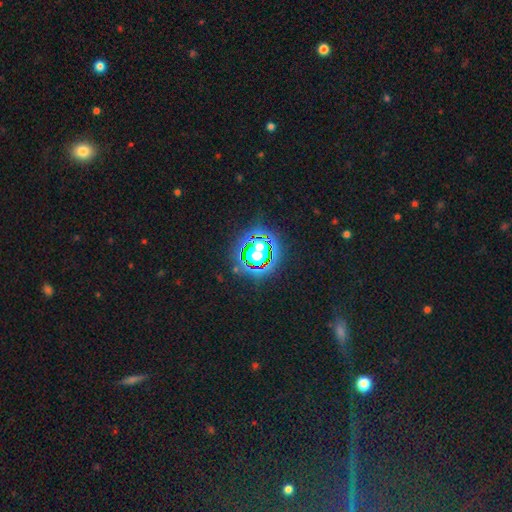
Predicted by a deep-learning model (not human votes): smooth_or_featured: star or artifact (p=0.77) [alt: smooth p=0.15]